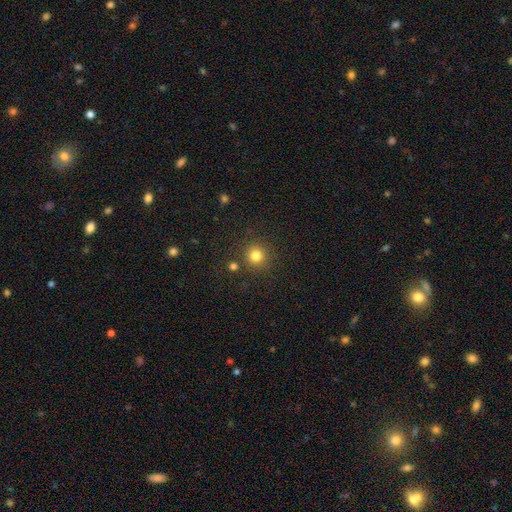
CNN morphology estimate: smooth_or_featured: smooth (p=0.81) [alt: star or artifact p=0.14]
how_rounded: round (p=0.94) [alt: in between p=0.05]
merging: none (p=0.86) [alt: minor disturbance p=0.07]